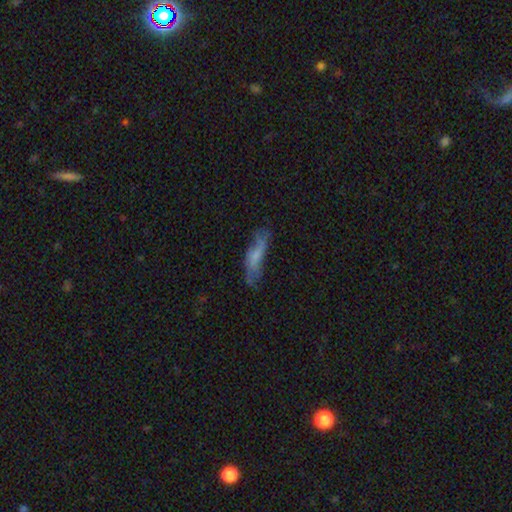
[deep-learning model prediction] The model was most divided on "smooth or featured": smooth: 54%, featured or disk: 38%, star or artifact: 8%. More confident: how rounded — cigar-shaped (64%); merging — none (54%).